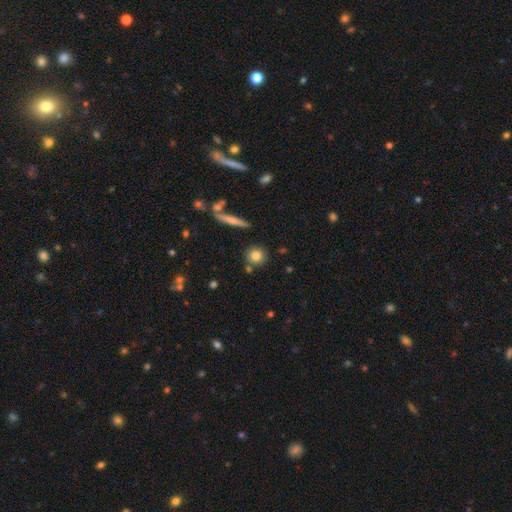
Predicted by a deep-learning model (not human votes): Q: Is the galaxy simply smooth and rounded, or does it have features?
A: smooth — 82%.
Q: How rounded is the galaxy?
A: round — 86%.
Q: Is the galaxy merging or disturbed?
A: none — 78%.